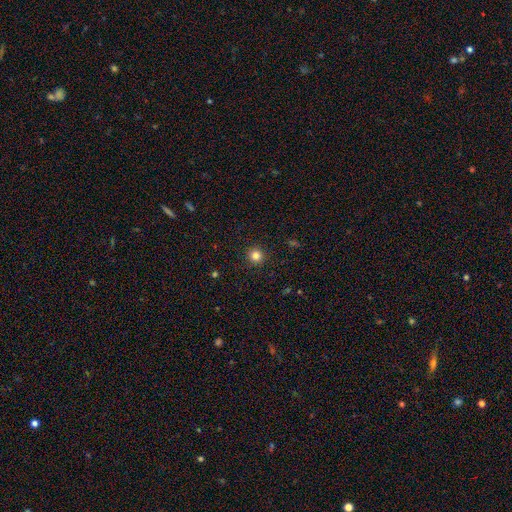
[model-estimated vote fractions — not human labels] Smooth or featured?
  - smooth: 83% *
  - star or artifact: 13%
  - featured or disk: 5%
How rounded?
  - round: 95% *
  - in between: 4%
  - cigar-shaped: 1%
Merging?
  - none: 92% *
  - minor disturbance: 5%
  - major disturbance: 2%
  - merger: 1%